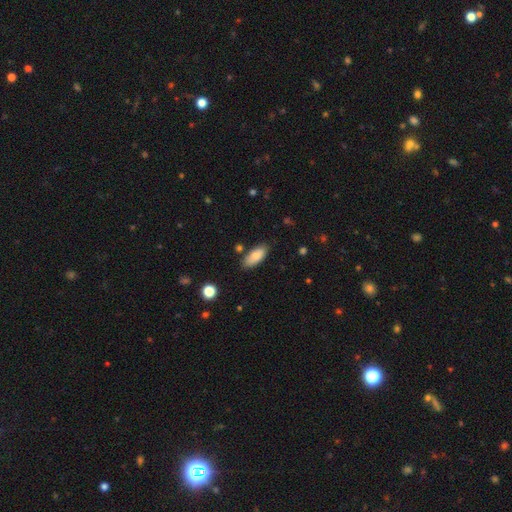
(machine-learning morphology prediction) Smooth or featured?
  - smooth: 79% *
  - featured or disk: 14%
  - star or artifact: 7%
How rounded?
  - in between: 85% *
  - cigar-shaped: 13%
  - round: 2%
Merging?
  - none: 81% *
  - minor disturbance: 13%
  - merger: 4%
  - major disturbance: 2%